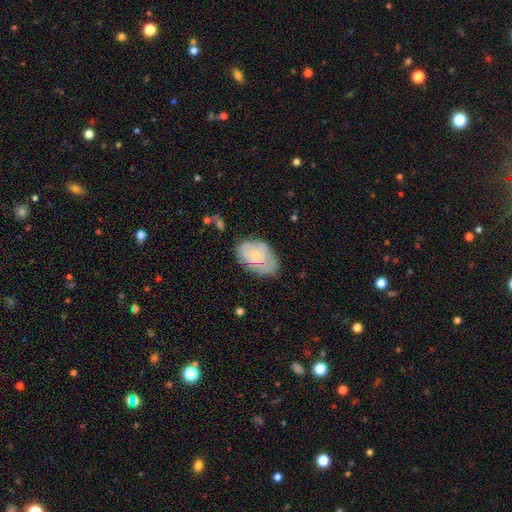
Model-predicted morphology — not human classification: Smooth or featured: smooth — 52% (featured or disk — 40%)
How rounded: in between — 88% (round — 11%)
Merging: none — 55% (minor disturbance — 32%)